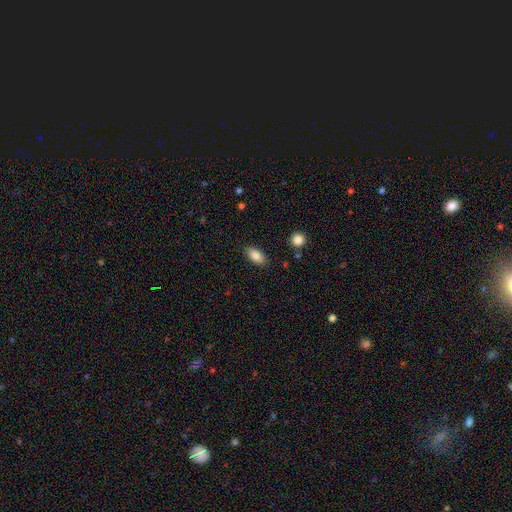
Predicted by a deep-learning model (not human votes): Smooth or featured?
  - smooth: 86% *
  - star or artifact: 7%
  - featured or disk: 7%
How rounded?
  - in between: 90% *
  - cigar-shaped: 6%
  - round: 4%
Merging?
  - none: 87% *
  - minor disturbance: 10%
  - major disturbance: 2%
  - merger: 1%